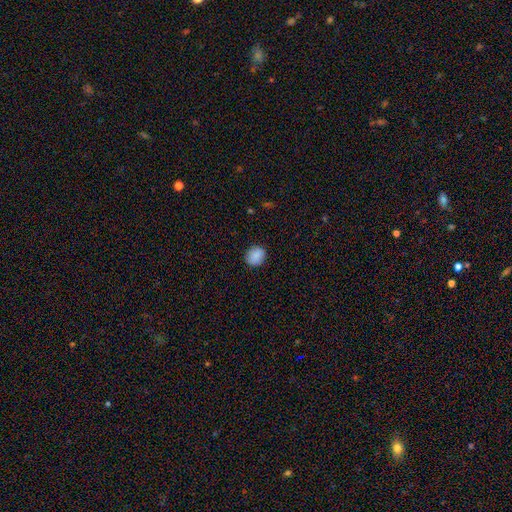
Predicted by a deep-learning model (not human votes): This appears to be a smooth galaxy with no disk features (87%) that is round (68%). Merging: none (86%).